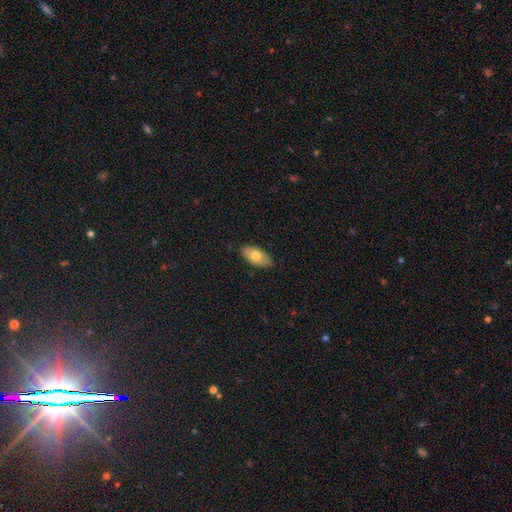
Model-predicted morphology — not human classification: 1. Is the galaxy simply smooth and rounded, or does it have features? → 71% smooth, 23% featured or disk, 6% star or artifact.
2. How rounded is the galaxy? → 93% in between, 4% cigar-shaped, 3% round.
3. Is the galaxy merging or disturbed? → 85% none, 12% minor disturbance, 2% major disturbance, 1% merger.